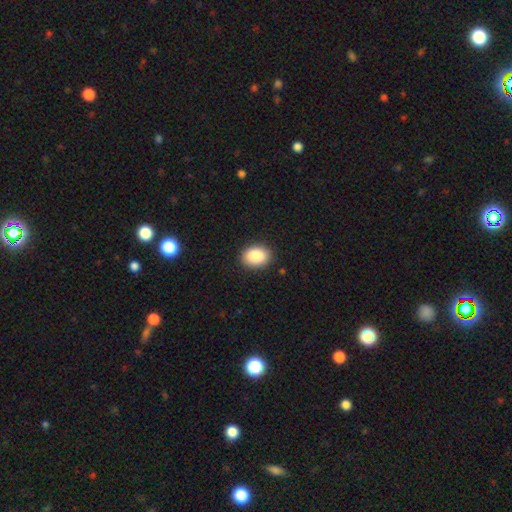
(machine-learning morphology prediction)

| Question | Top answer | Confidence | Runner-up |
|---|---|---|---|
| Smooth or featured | smooth | 88% | star or artifact (8%) |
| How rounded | in between | 71% | round (28%) |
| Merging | none | 89% | minor disturbance (8%) |